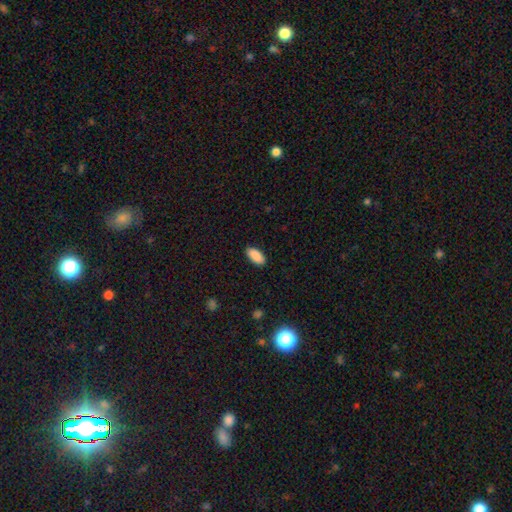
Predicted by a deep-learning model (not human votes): Overall: smooth (90%). How rounded: in between (91%). Merging: none (89%).